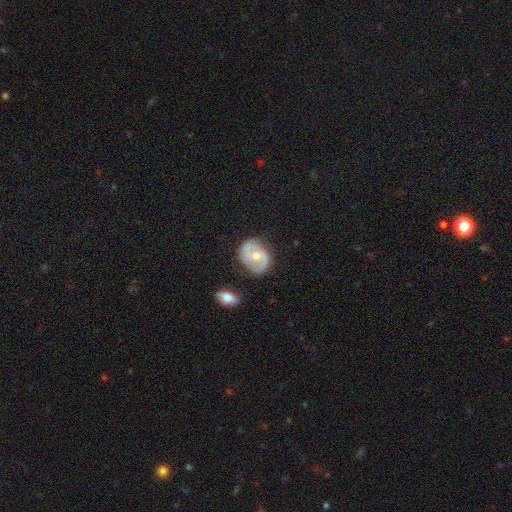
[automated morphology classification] Smooth or featured?
  - featured or disk: 69% *
  - smooth: 25%
  - star or artifact: 6%
Edge-on disk?
  - no: 97% *
  - yes: 3%
Bar?
  - no: 55% *
  - weak: 35%
  - strong: 9%
Spiral arms?
  - yes: 84% *
  - no: 16%
Spiral winding?
  - medium: 46% *
  - tight: 29%
  - loose: 25%
Spiral arm count?
  - 2: 85% *
  - can't tell: 9%
  - 1: 3%
  - 3: 2%
  - 4: 1%
  - more than 4: 1%
Bulge size?
  - moderate: 56% *
  - small: 40%
  - large: 2%
  - none: 1%
  - dominant: 1%
Merging?
  - none: 73% *
  - minor disturbance: 19%
  - major disturbance: 5%
  - merger: 3%